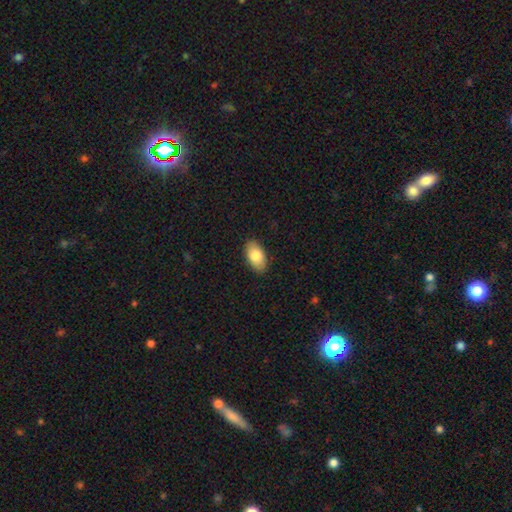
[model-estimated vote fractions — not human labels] The model was most divided on "smooth or featured": smooth: 81%, featured or disk: 13%, star or artifact: 6%. More confident: how rounded — in between (94%); merging — none (89%).